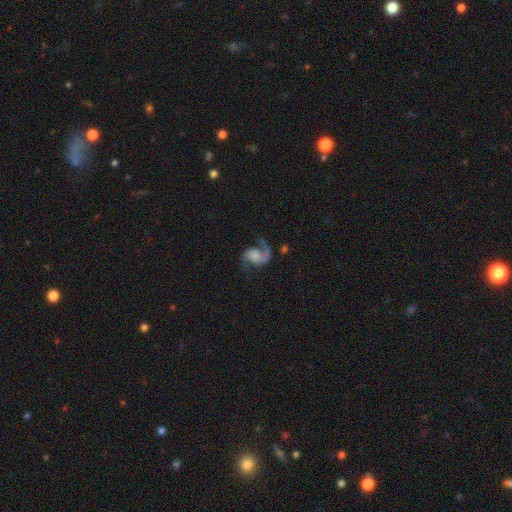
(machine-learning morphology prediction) smooth-or-featured: featured or disk: 85% | smooth: 9% | star or artifact: 6%
  disk-edge-on: no: 98% | yes: 2%
    bar: no: 64% | weak: 28% | strong: 7%
    has-spiral-arms: yes: 97% | no: 3%
      spiral-winding: loose: 54% | medium: 38% | tight: 8%
      spiral-arm-count: 2: 76% | 1: 19% | can't tell: 1% | 3: 1% | 4: 1% | more than 4: 1%
    bulge-size: none: 38% | large: 22% | moderate: 17% | small: 17% | dominant: 6%
  merging: none: 63% | major disturbance: 19% | minor disturbance: 16% | merger: 3%